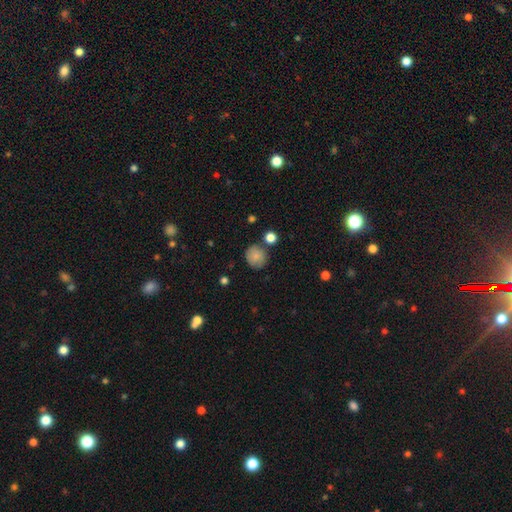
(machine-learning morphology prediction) Smooth or featured? smooth (83%)
How rounded? round (85%)
Merging? none (75%)